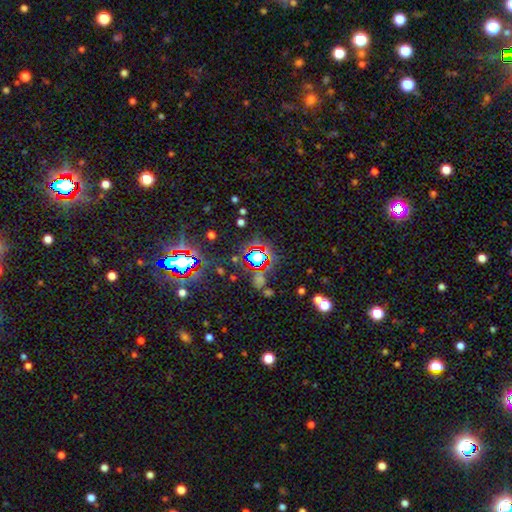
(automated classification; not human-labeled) Smooth or featured? Predicted: star or artifact (p=0.66).